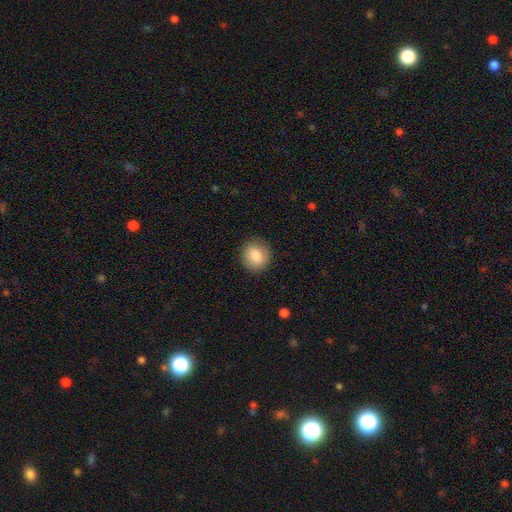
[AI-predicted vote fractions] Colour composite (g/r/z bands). It shows a smooth galaxy with no disk features (80%) that is round (77%). Merging: none (87%).